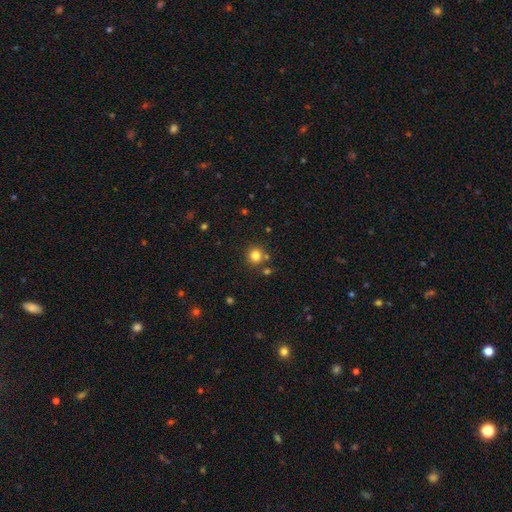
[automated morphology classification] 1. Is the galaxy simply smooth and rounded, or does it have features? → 81% smooth, 13% star or artifact, 6% featured or disk.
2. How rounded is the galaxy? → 91% round, 8% in between, 1% cigar-shaped.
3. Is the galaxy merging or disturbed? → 79% none, 10% merger, 8% minor disturbance, 3% major disturbance.